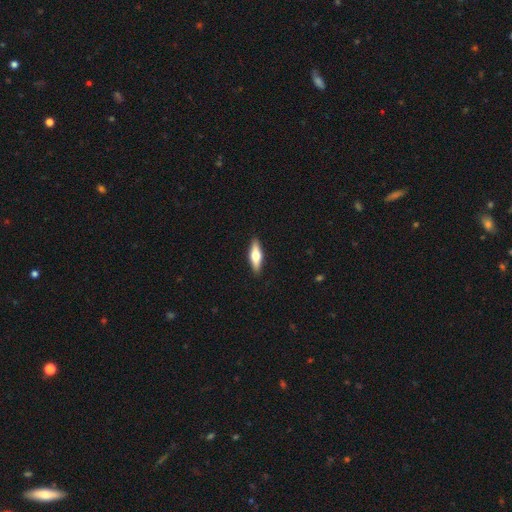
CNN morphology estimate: Smooth or featured: smooth — 52% (featured or disk — 43%)
How rounded: cigar-shaped — 52% (in between — 46%)
Merging: none — 90% (minor disturbance — 8%)